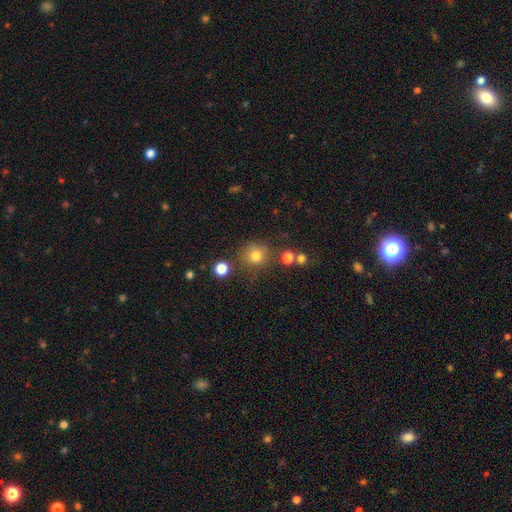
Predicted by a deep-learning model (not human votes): Smooth or featured?
  - smooth: 78% *
  - star or artifact: 14%
  - featured or disk: 7%
How rounded?
  - round: 90% *
  - in between: 9%
  - cigar-shaped: 1%
Merging?
  - none: 72% *
  - minor disturbance: 13%
  - merger: 9%
  - major disturbance: 6%